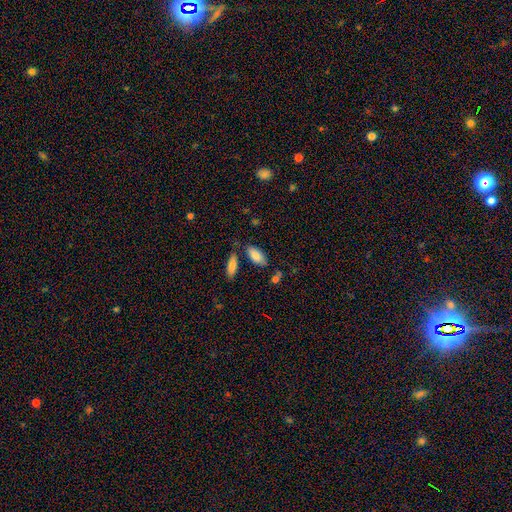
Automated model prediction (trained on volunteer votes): The model was most divided on "merging": none: 74%, minor disturbance: 14%, merger: 8%, major disturbance: 4%. More confident: how rounded — in between (88%); smooth or featured — smooth (84%).